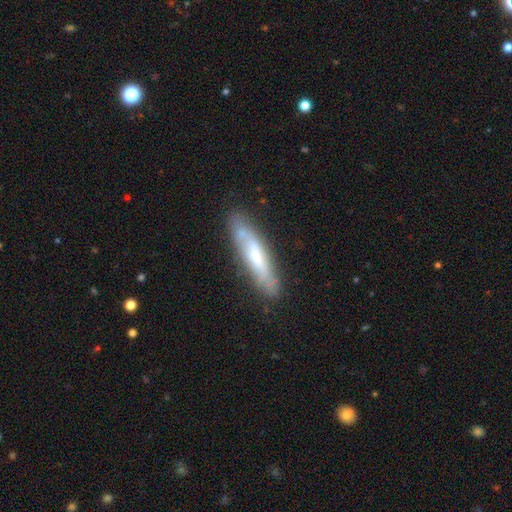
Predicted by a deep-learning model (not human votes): Smooth or featured? Predicted: featured or disk (p=0.48). Merging? Predicted: none (p=0.76).